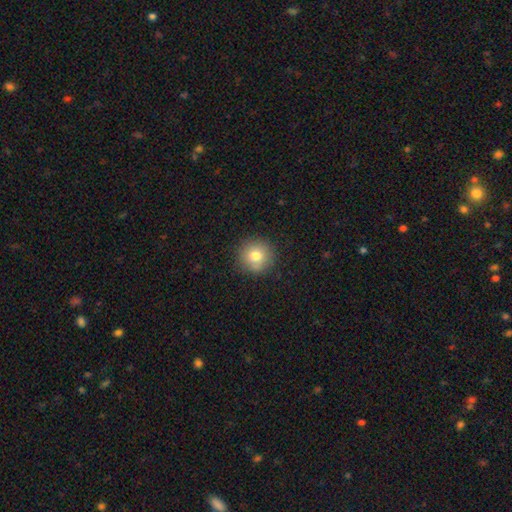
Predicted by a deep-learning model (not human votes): Smooth or featured? Predicted: smooth (p=0.78). How rounded? Predicted: round (p=0.94). Merging? Predicted: none (p=0.87).